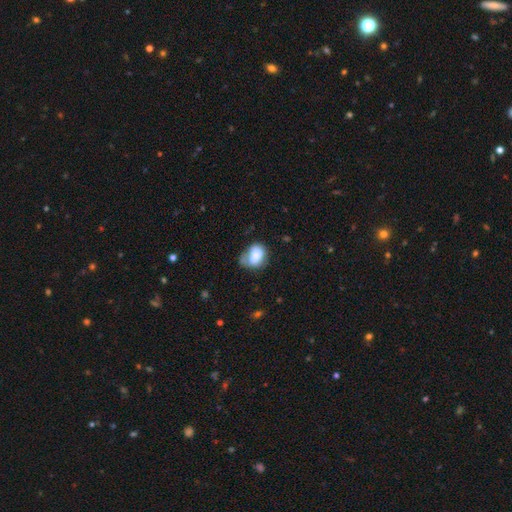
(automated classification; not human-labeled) Smooth or featured?
  - smooth: 73% *
  - featured or disk: 18%
  - star or artifact: 9%
How rounded?
  - in between: 67% *
  - round: 32%
  - cigar-shaped: 1%
Merging?
  - minor disturbance: 34% * (tied)
  - none: 34% * (tied)
  - major disturbance: 19%
  - merger: 13%